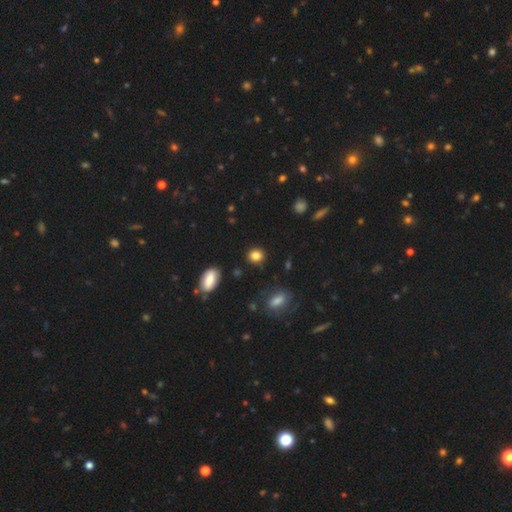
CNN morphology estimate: Q: Smooth or featured?
A: smooth (84%); runner-up: star or artifact (11%)
Q: How rounded?
A: round (77%); runner-up: in between (21%)
Q: Merging?
A: none (86%); runner-up: minor disturbance (9%)